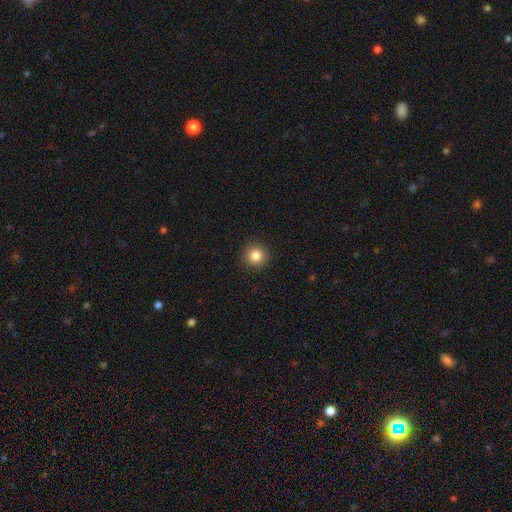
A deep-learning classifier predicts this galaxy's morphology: Smooth or featured: smooth — 85% (star or artifact — 11%)
How rounded: round — 94% (in between — 5%)
Merging: none — 92% (minor disturbance — 6%)